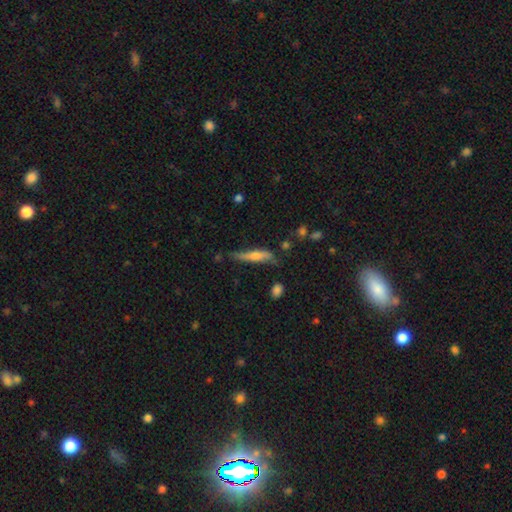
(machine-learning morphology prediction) featured or disk 49%, smooth 44%, star or artifact 8%. Down the decision tree: merging — none (61%).